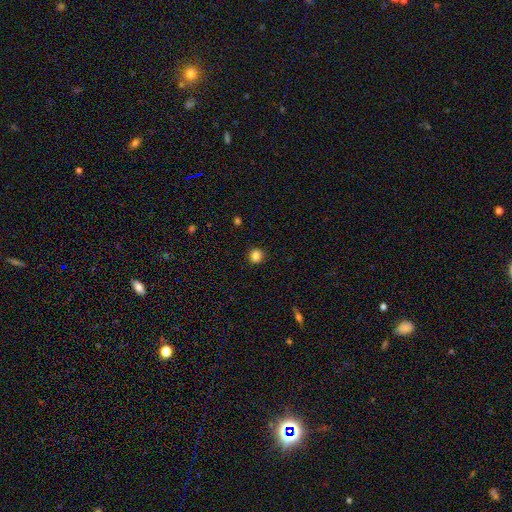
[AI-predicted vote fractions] smooth 84%, star or artifact 11%, featured or disk 5%. Down the decision tree: how rounded — round (90%); merging — none (91%).